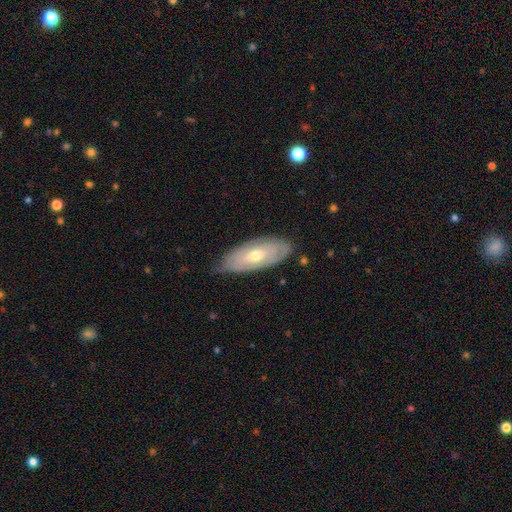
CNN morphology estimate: Overall: featured or disk (53%; smooth 41%). Edge-on disk: no (81%). Merging: none (73%).